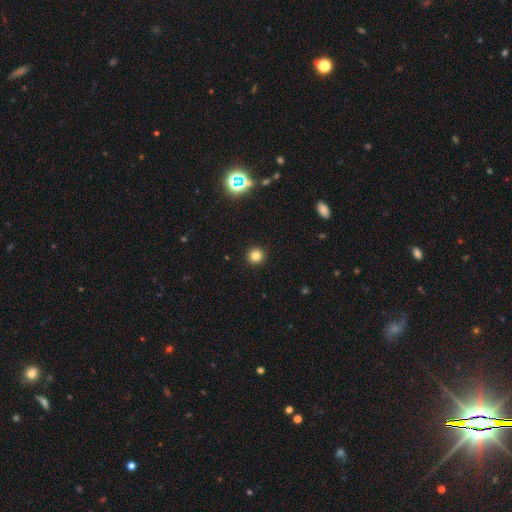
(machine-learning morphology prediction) smooth 81%, star or artifact 15%, featured or disk 5%. Down the decision tree: how rounded — round (95%); merging — none (93%).